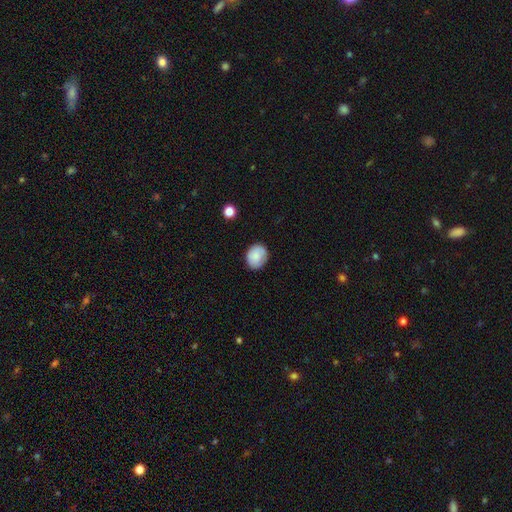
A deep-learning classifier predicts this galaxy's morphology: type=smooth (80%); roundness=round (60%); merging=none (80%).